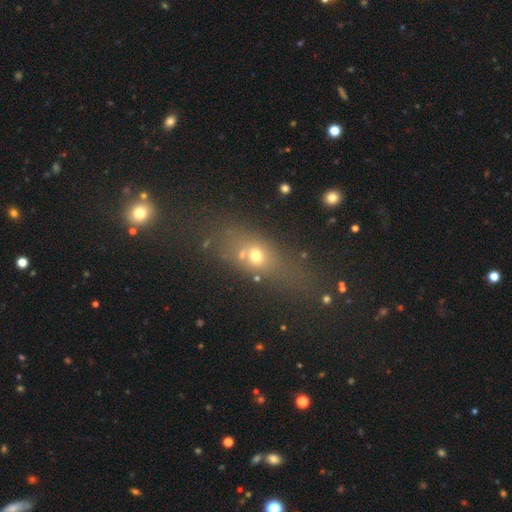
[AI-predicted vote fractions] smooth 60%, star or artifact 20%, featured or disk 20%. Down the decision tree: how rounded — in between (57%); merging — none (45%).